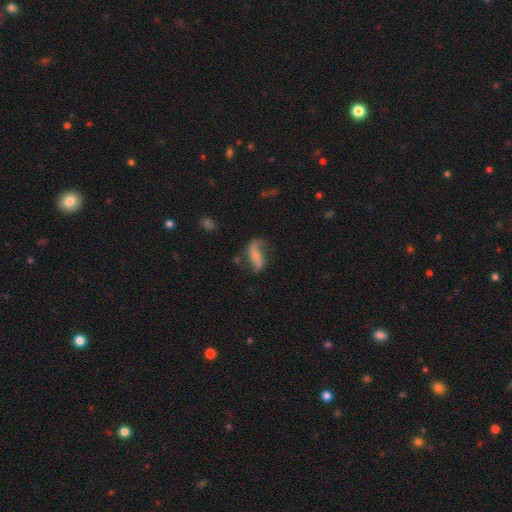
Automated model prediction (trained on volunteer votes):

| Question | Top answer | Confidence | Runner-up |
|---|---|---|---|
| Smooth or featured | featured or disk | 71% | smooth (22%) |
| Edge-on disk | no | 91% | yes (9%) |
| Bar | strong | 39% | no (34%) |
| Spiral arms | yes | 90% | no (10%) |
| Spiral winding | loose | 82% | medium (13%) |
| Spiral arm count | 2 | 86% | 1 (8%) |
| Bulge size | small | 55% | moderate (22%) |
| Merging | none | 60% | minor disturbance (22%) |